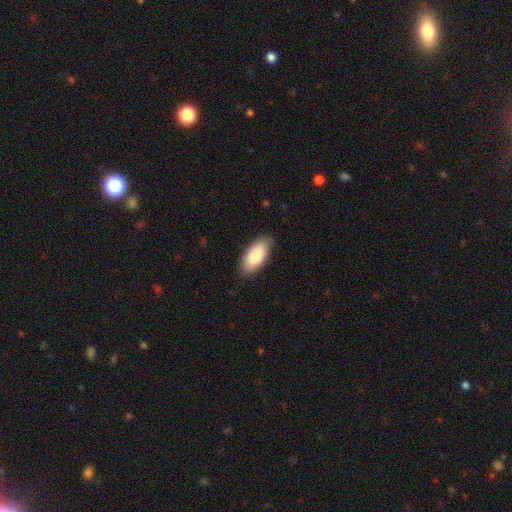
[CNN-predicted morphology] Overall: smooth (86%). How rounded: in between (92%). Merging: none (84%).